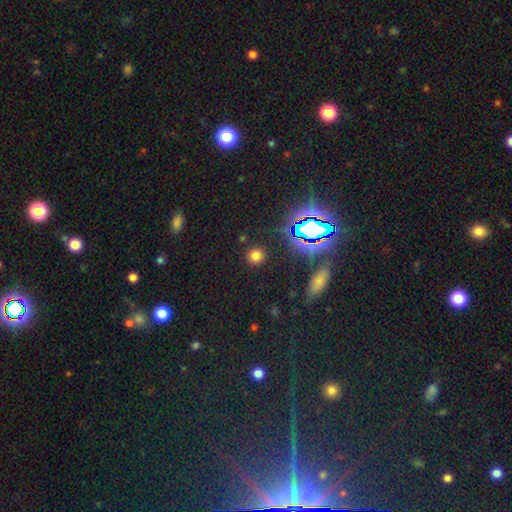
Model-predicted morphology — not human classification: smooth 69%, star or artifact 26%, featured or disk 6%. Down the decision tree: how rounded — round (91%); merging — none (89%).